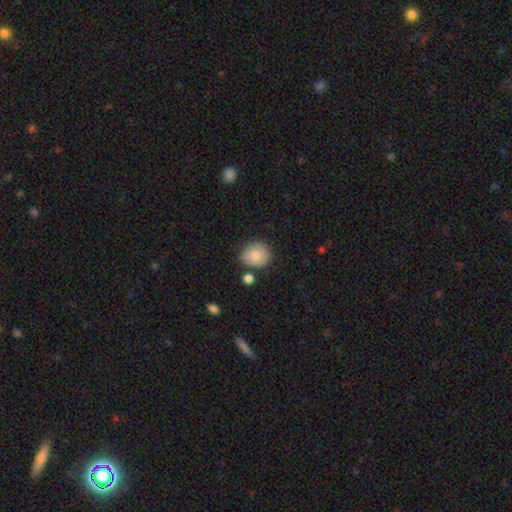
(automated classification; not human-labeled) This is clearly a smooth galaxy (83%). How rounded: clearly round (81%). Merging: likely none (74%).